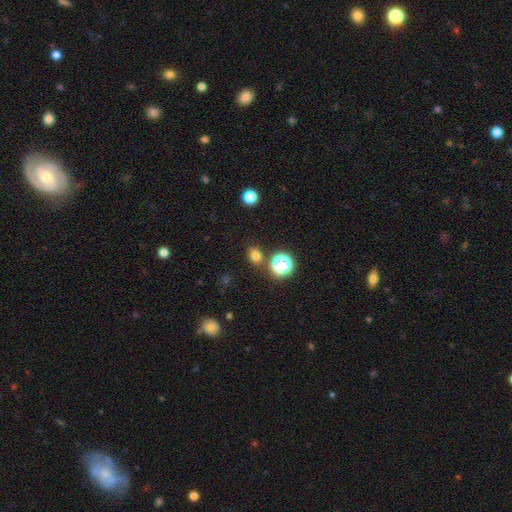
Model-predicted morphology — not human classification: This appears to be a smooth galaxy with no disk features (74%) that is round (55%). Merging: none (82%).